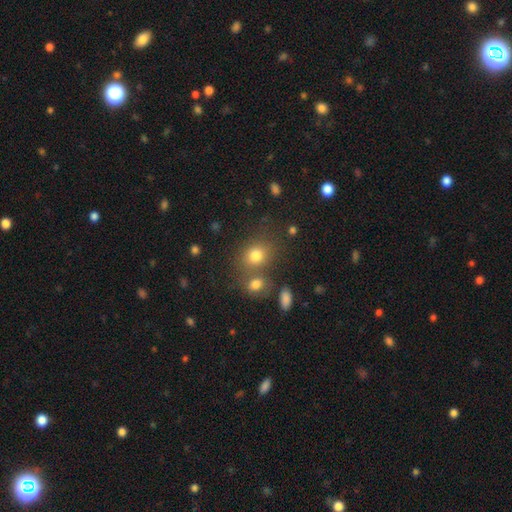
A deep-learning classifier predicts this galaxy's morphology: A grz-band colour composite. It shows a smooth galaxy with no disk features (77%) that is round (61%). Merging: none (58%).